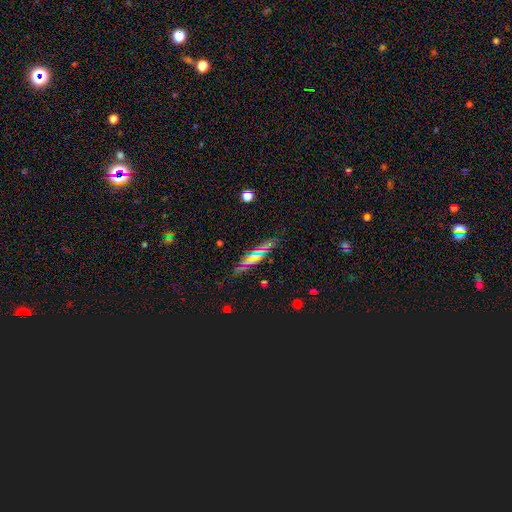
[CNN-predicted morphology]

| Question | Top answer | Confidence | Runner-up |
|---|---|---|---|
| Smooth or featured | smooth | 51% | star or artifact (31%) |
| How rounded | in between | 49% | cigar-shaped (42%) |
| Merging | none | 80% | minor disturbance (13%) |